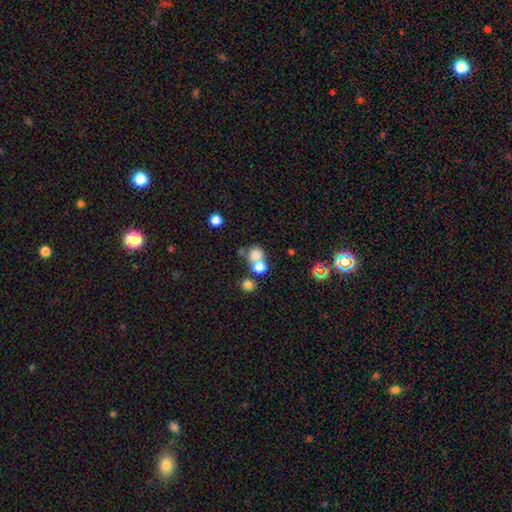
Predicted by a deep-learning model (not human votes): Q: Smooth or featured?
A: smooth (74%); runner-up: star or artifact (15%)
Q: How rounded?
A: round (75%); runner-up: in between (24%)
Q: Merging?
A: merger (47%); runner-up: none (40%)